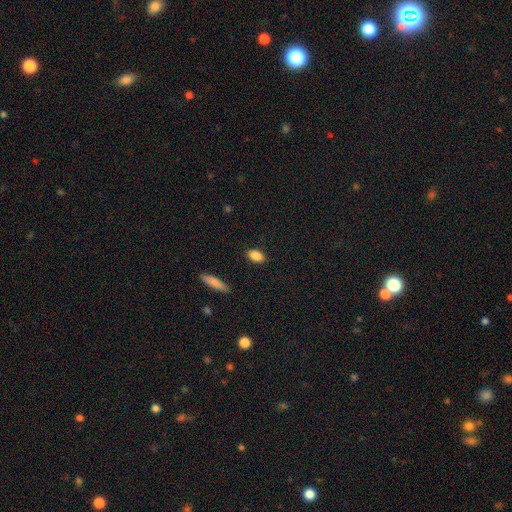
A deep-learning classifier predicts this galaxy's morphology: Smooth or featured?
  - smooth: 87% *
  - star or artifact: 8%
  - featured or disk: 5%
How rounded?
  - in between: 88% *
  - round: 9%
  - cigar-shaped: 4%
Merging?
  - none: 88% *
  - minor disturbance: 9%
  - major disturbance: 2%
  - merger: 1%